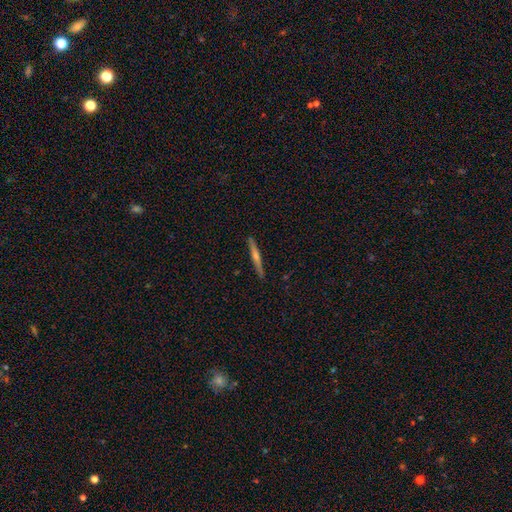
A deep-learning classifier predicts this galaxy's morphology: smooth_or_featured: featured or disk (p=0.69) [alt: smooth p=0.24]
disk_edge_on: yes (p=0.98) [alt: no p=0.02]
edge_on_bulge: rounded (p=0.82) [alt: none p=0.14]
merging: none (p=0.91) [alt: minor disturbance p=0.06]